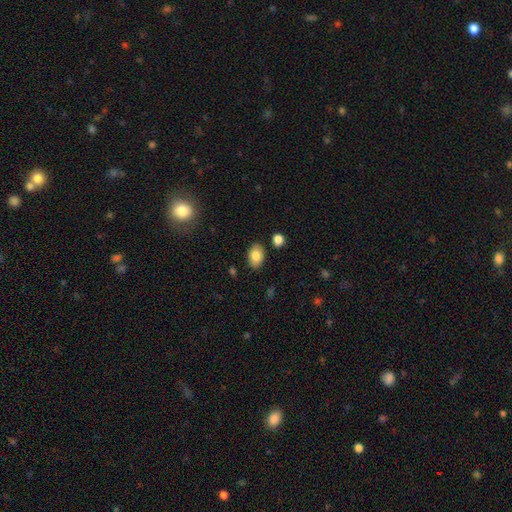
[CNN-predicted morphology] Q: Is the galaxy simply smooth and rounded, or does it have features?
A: smooth — 83%.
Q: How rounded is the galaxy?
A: in between — 86%.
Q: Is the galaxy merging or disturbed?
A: none — 86%.